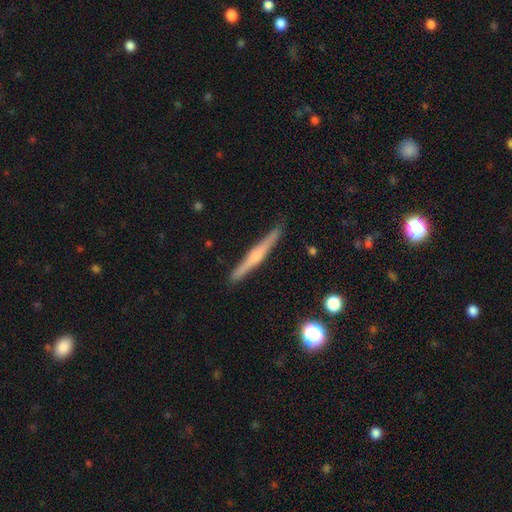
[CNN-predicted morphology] Smooth or featured? featured or disk (64%)
Edge-on disk? yes (98%)
Edge-on bulge? rounded (67%)
Merging? none (90%)